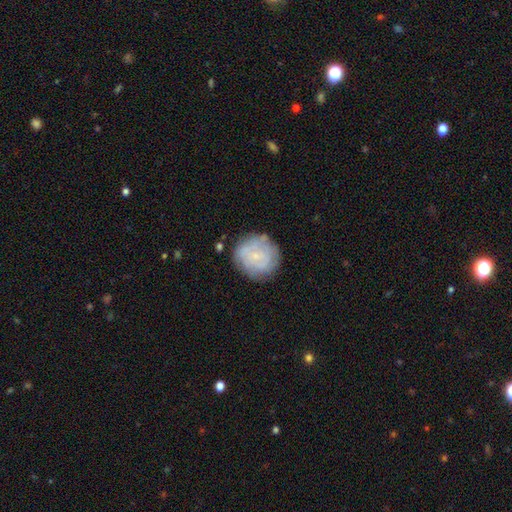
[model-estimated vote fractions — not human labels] featured or disk 49%, smooth 43%, star or artifact 8%. Down the decision tree: merging — none (76%).